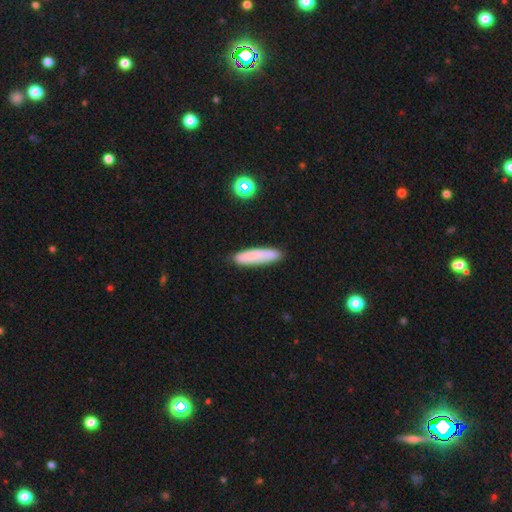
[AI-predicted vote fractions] This appears to be a smooth galaxy with no disk features (80%) that is cigar-shaped (81%). Merging: none (85%).